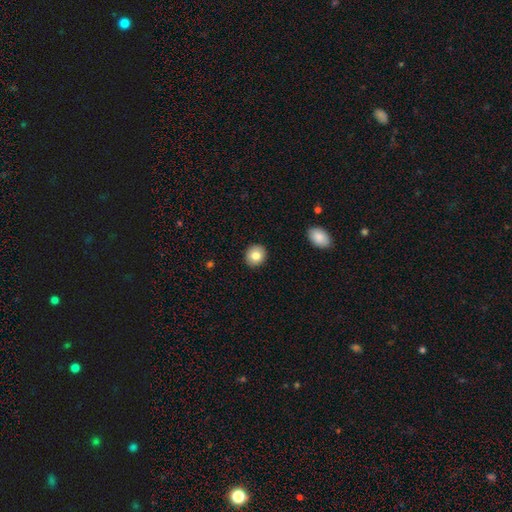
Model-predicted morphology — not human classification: This appears to be a smooth galaxy with no disk features (82%) that is round (83%). Merging: none (91%).